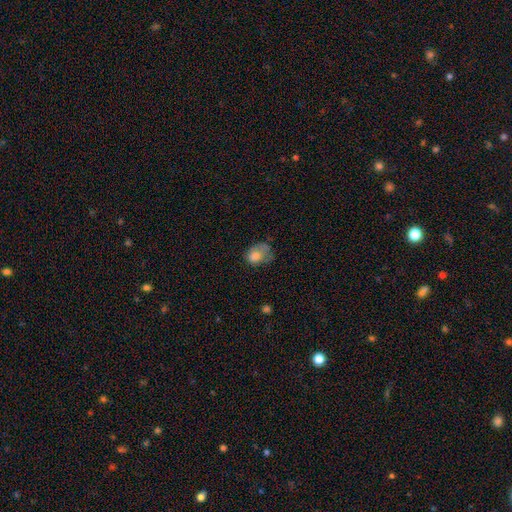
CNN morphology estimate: Overall: smooth (74%). How rounded: in between (62%; round 37%). Merging: minor disturbance (34%; none 31%).